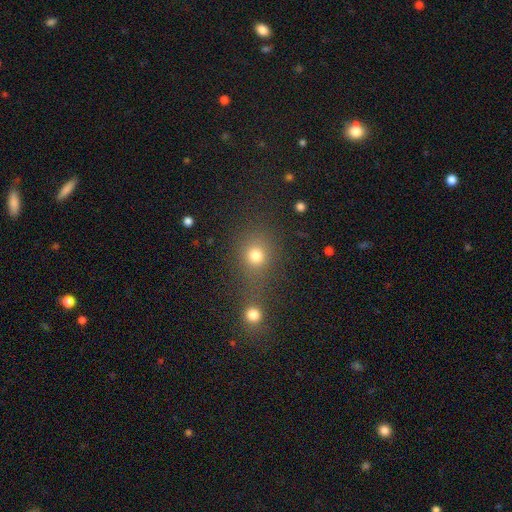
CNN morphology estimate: A smooth galaxy with no disk features (76%) that is round (79%). Merging: none (52%).